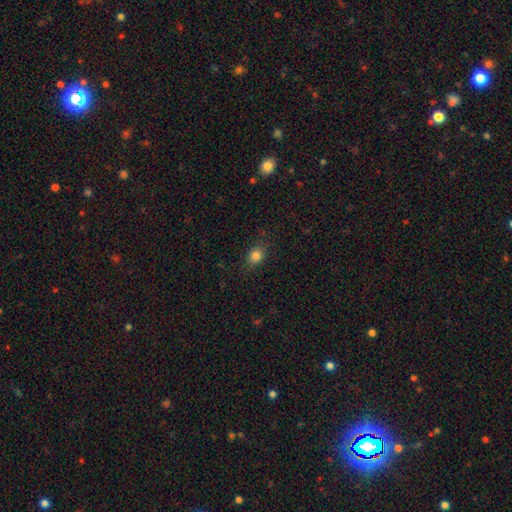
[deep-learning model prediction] Smooth or featured?
  - smooth: 83% *
  - star or artifact: 12%
  - featured or disk: 6%
How rounded?
  - round: 51% *
  - in between: 47%
  - cigar-shaped: 2%
Merging?
  - none: 83% *
  - minor disturbance: 12%
  - major disturbance: 4%
  - merger: 1%